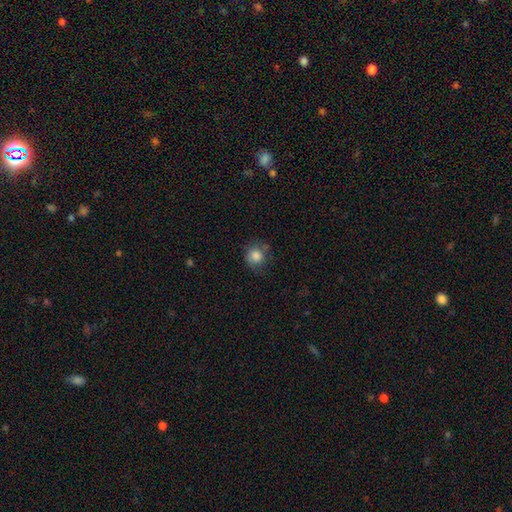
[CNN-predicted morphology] smooth 82%, star or artifact 9%, featured or disk 9%. Down the decision tree: how rounded — round (82%); merging — none (67%).